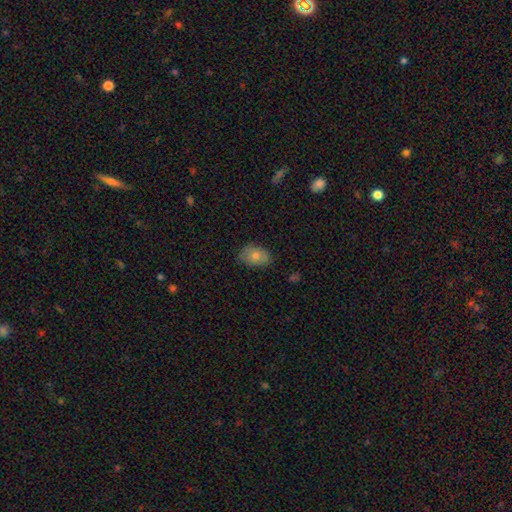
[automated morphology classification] The model was most divided on "smooth or featured": smooth: 74%, featured or disk: 16%, star or artifact: 10%. More confident: how rounded — in between (79%); merging — none (77%).